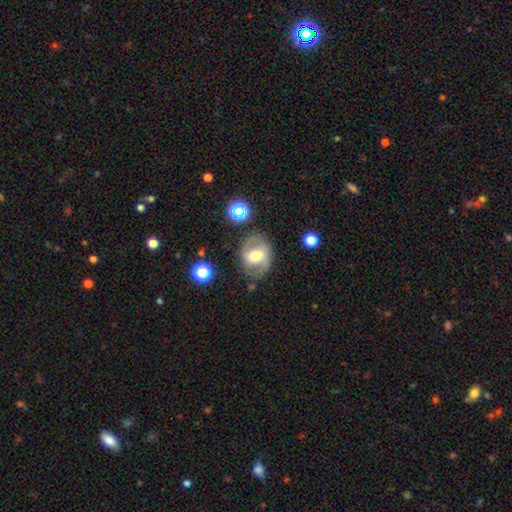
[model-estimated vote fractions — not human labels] Morphology: type=featured or disk (52%); edge-on=no (94%); merging=none (71%).